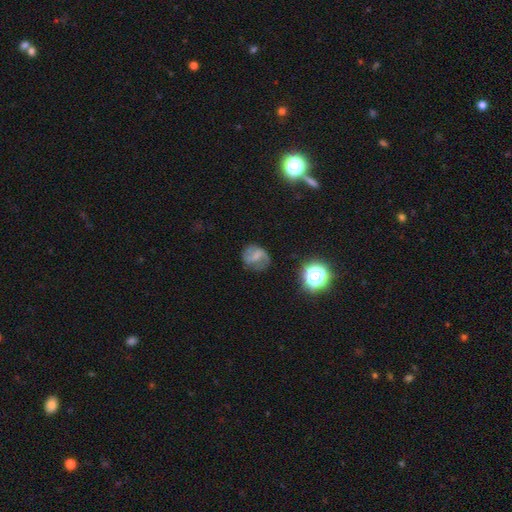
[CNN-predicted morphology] Q: Smooth or featured?
A: featured or disk (56%); runner-up: smooth (31%)
Q: Edge-on disk?
A: no (97%); runner-up: yes (3%)
Q: Bar?
A: weak (45%); runner-up: no (31%)
Q: Spiral arms?
A: yes (83%); runner-up: no (17%)
Q: Bulge size?
A: small (39%); runner-up: none (35%)
Q: Merging?
A: none (65%); runner-up: minor disturbance (21%)